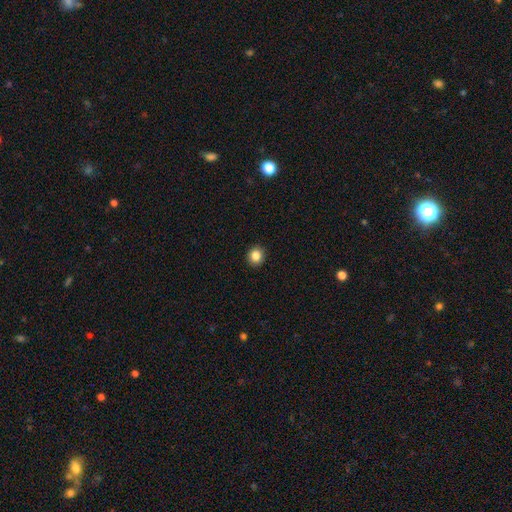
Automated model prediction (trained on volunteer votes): Overall: smooth (85%). How rounded: round (86%). Merging: none (92%).